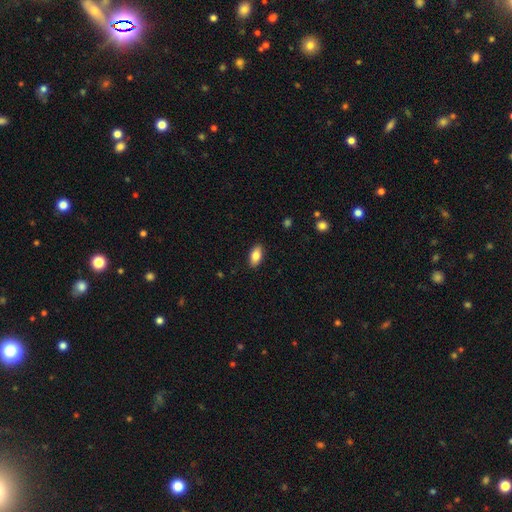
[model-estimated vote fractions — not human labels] Smooth or featured: smooth — 83% (featured or disk — 10%)
How rounded: in between — 91% (cigar-shaped — 5%)
Merging: none — 89% (minor disturbance — 8%)